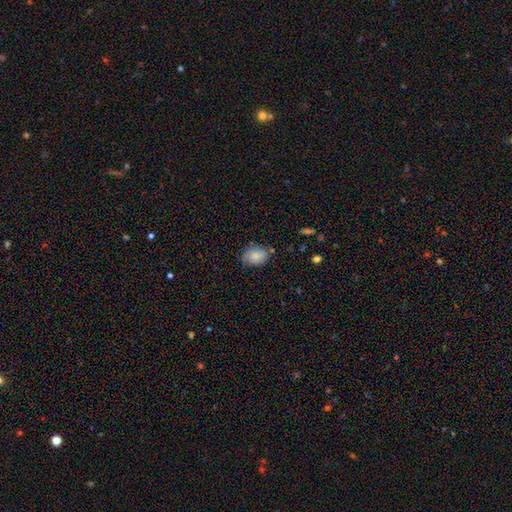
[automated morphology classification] type=smooth (73%); roundness=in between (73%); merging=none (63%).